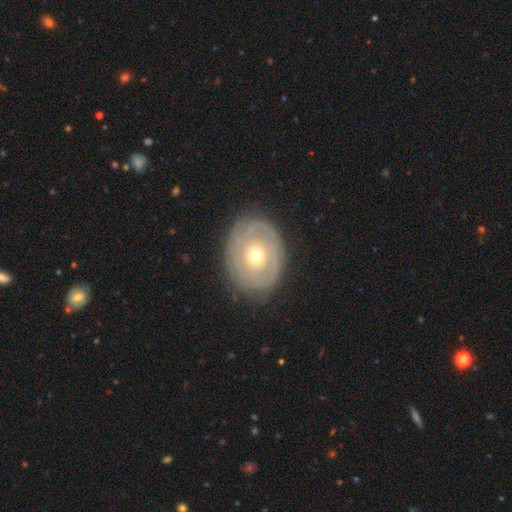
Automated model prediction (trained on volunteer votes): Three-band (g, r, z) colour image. It shows a featured or disk galaxy (71%) with no bar (85%), spiral arms (69%) and a small central bulge (52%). Merging: none (80%).